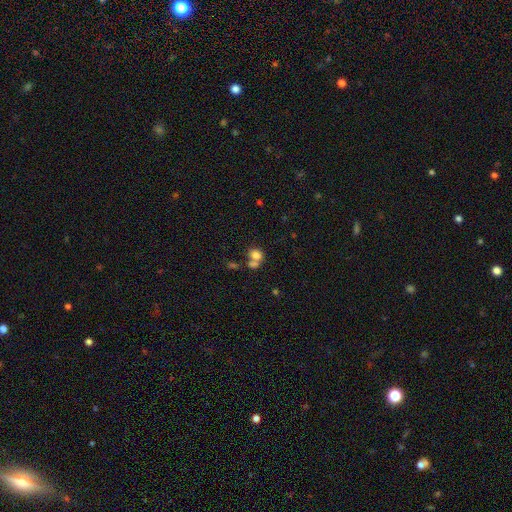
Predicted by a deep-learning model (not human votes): smooth 76%, star or artifact 12%, featured or disk 12%. Down the decision tree: how rounded — round (52%); merging — merger (48%).